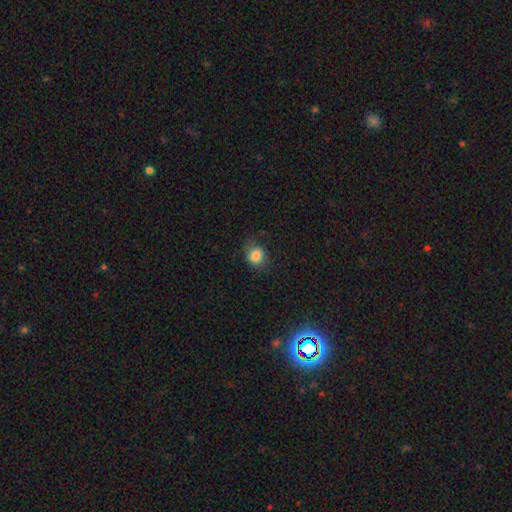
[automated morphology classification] Smooth or featured? Predicted: smooth (p=0.83). How rounded? Predicted: round (p=0.63). Merging? Predicted: none (p=0.67).